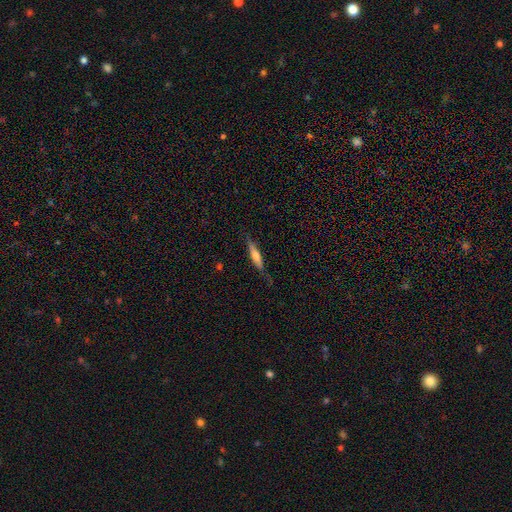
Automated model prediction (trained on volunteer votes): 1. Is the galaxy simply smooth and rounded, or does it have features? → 47% smooth (tied), 47% featured or disk (tied), 6% star or artifact.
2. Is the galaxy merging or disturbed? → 78% none, 17% minor disturbance, 4% major disturbance, 1% merger.